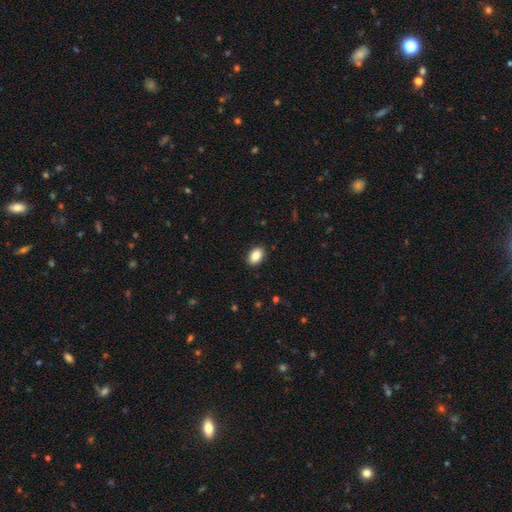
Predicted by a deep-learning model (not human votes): A smooth galaxy with no disk features (87%) that is in between round and cigar-shaped (87%).

Vote fractions:
- Smooth or featured? smooth: 87% / star or artifact: 8% / featured or disk: 5%
- How rounded? in between: 87% / round: 12% / cigar-shaped: 1%
- Merging? none: 90% / minor disturbance: 7% / major disturbance: 2% / merger: 1%